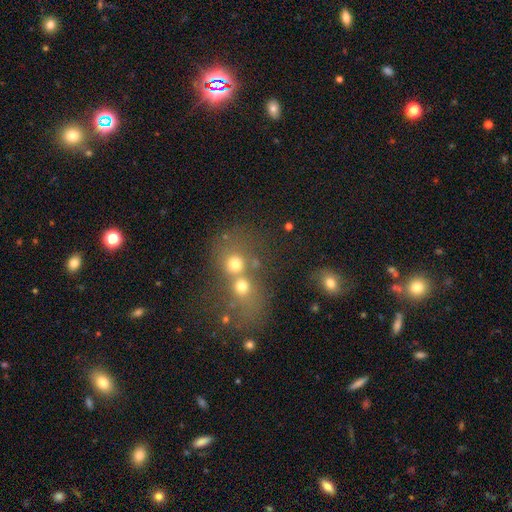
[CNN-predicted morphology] Smooth or featured? Predicted: smooth (p=0.50). How rounded? Predicted: round (p=0.68). Merging? Predicted: merger (p=0.62).